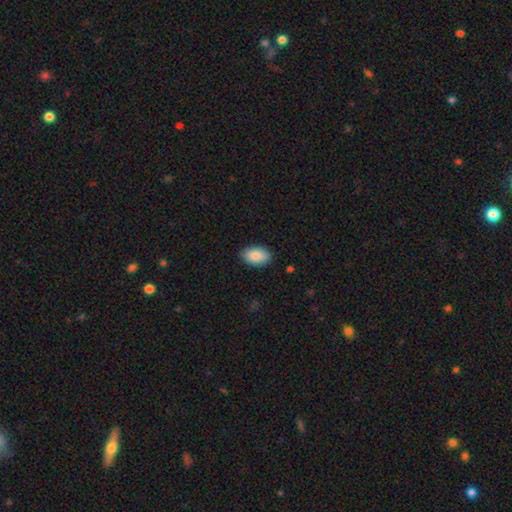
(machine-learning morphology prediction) The model was most divided on "merging": none: 87%, minor disturbance: 10%, major disturbance: 2%, merger: 1%. More confident: how rounded — in between (93%); smooth or featured — smooth (88%).